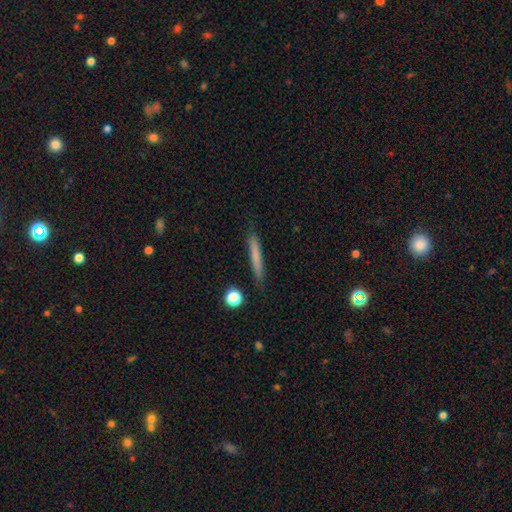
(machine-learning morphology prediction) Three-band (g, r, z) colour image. It shows a smooth galaxy with no disk features (70%) that is cigar-shaped (96%). Merging: none (87%).